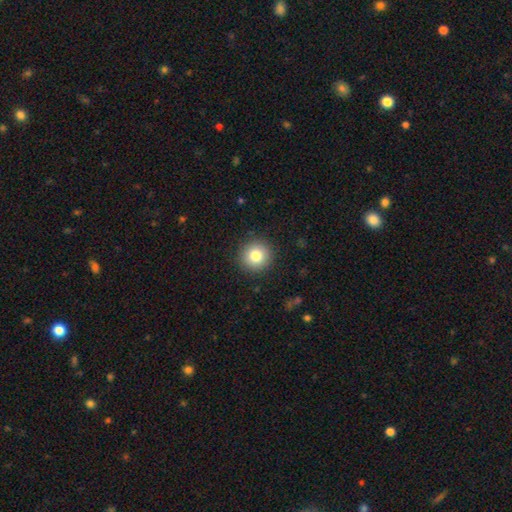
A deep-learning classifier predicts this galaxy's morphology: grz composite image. It shows a smooth galaxy with no disk features (82%) that is round (94%). Merging: none (91%).